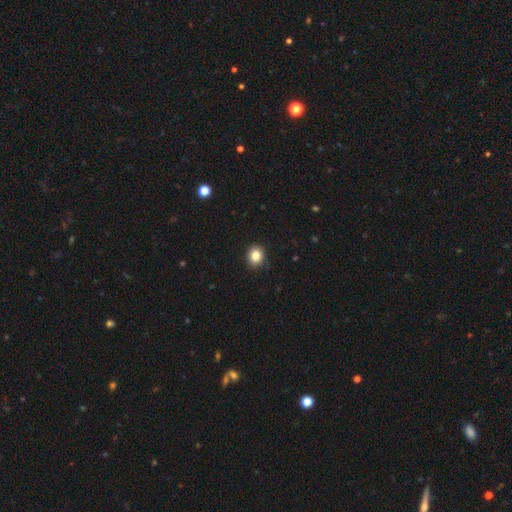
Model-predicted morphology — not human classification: This is clearly a smooth galaxy (84%). How rounded: likely round (66%). Merging: clearly none (89%).